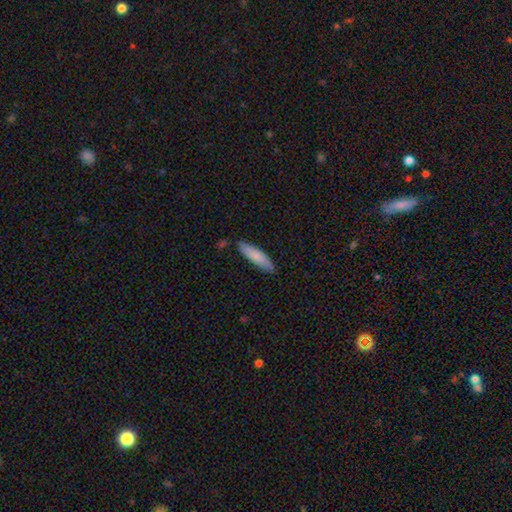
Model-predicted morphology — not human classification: Smooth or featured? Predicted: smooth (p=0.81). How rounded? Predicted: cigar-shaped (p=0.72). Merging? Predicted: none (p=0.85).